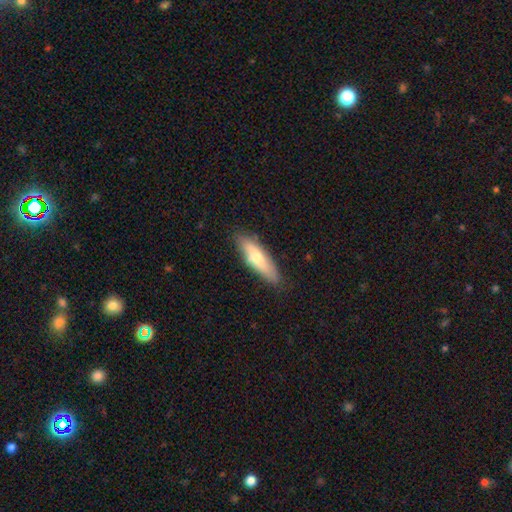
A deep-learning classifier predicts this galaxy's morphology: Q: Smooth or featured?
A: smooth (62%); runner-up: featured or disk (31%)
Q: How rounded?
A: cigar-shaped (67%); runner-up: in between (31%)
Q: Merging?
A: none (85%); runner-up: minor disturbance (11%)